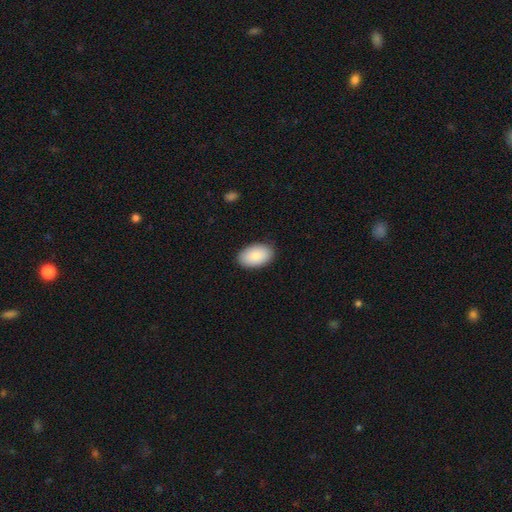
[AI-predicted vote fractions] Q: Smooth or featured?
A: smooth (85%); runner-up: featured or disk (9%)
Q: How rounded?
A: in between (94%); runner-up: round (5%)
Q: Merging?
A: none (88%); runner-up: minor disturbance (9%)